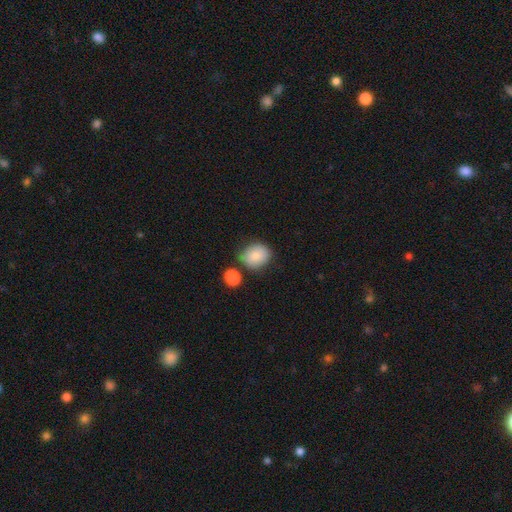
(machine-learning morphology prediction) Smooth or featured: smooth — 80% (featured or disk — 12%)
How rounded: round — 69% (in between — 30%)
Merging: none — 67% (minor disturbance — 17%)